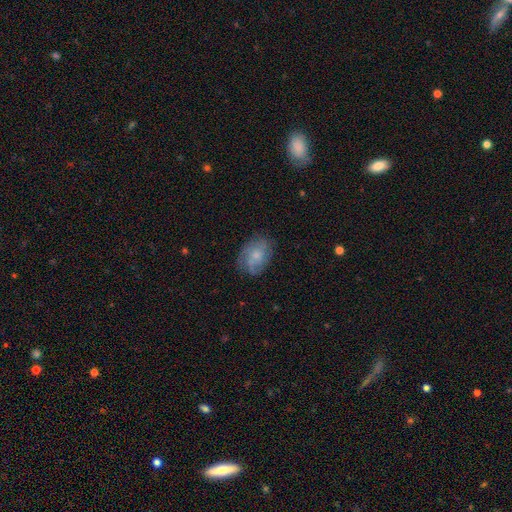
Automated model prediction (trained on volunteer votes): smooth_or_featured: smooth (p=0.49) [alt: featured or disk p=0.43]
merging: none (p=0.70) [alt: minor disturbance p=0.21]